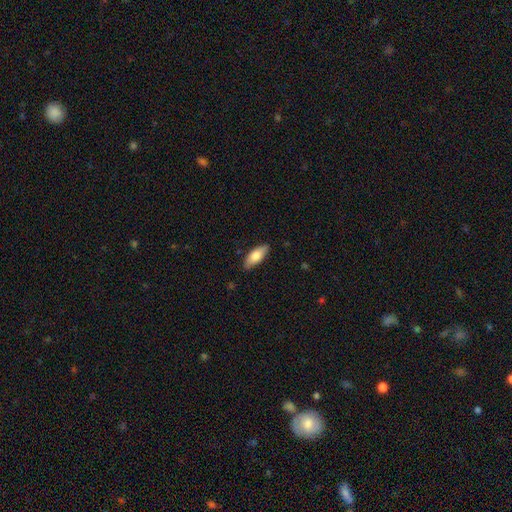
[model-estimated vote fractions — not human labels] Morphology: type=smooth (78%); roundness=in between (75%); merging=none (84%).